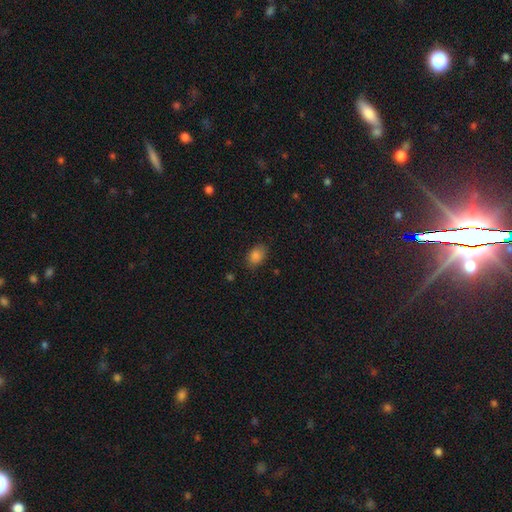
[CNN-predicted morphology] smooth_or_featured: smooth (p=0.86) [alt: star or artifact p=0.09]
how_rounded: in between (p=0.82) [alt: round p=0.17]
merging: none (p=0.83) [alt: minor disturbance p=0.13]